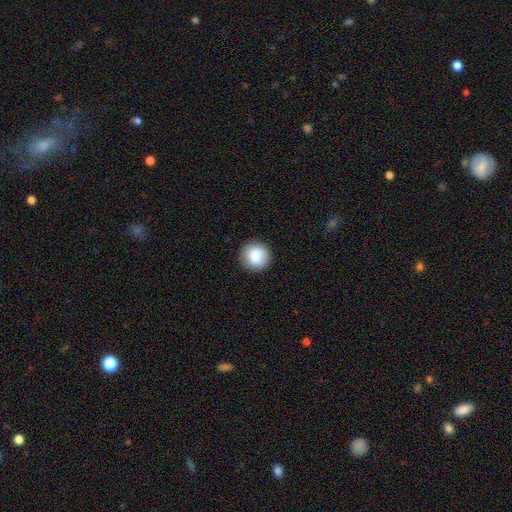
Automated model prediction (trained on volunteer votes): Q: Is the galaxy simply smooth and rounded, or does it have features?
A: smooth — 87%.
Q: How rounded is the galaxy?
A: round — 93%.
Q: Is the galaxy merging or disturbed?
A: none — 91%.